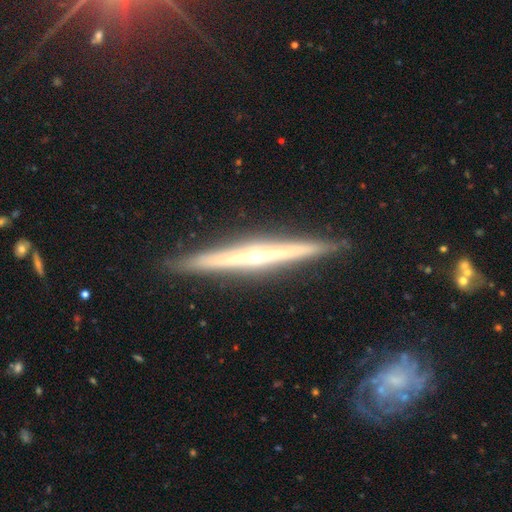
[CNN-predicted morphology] Smooth or featured? featured or disk (83%)
Edge-on disk? yes (98%)
Edge-on bulge? rounded (80%)
Merging? none (91%)